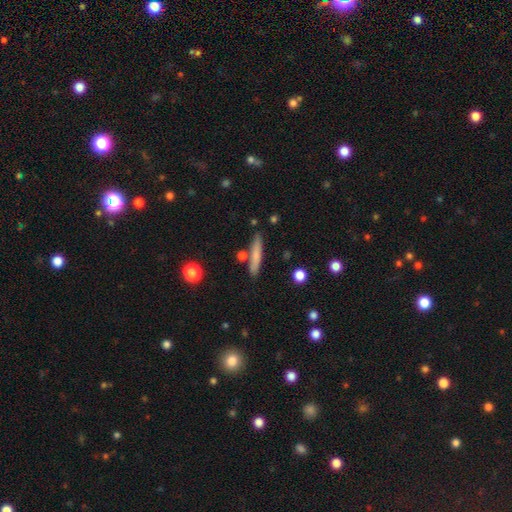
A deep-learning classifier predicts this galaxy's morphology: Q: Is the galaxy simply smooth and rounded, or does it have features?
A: smooth — 72%.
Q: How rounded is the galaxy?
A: cigar-shaped — 92%.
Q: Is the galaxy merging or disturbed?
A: none — 82%.